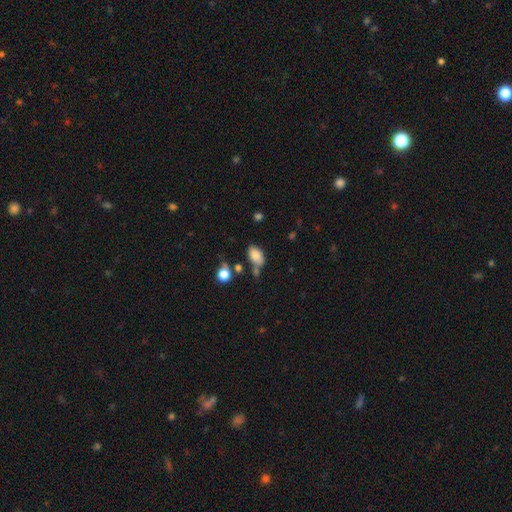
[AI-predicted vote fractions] Morphology: type=smooth (82%); roundness=in between (88%); merging=none (48%).